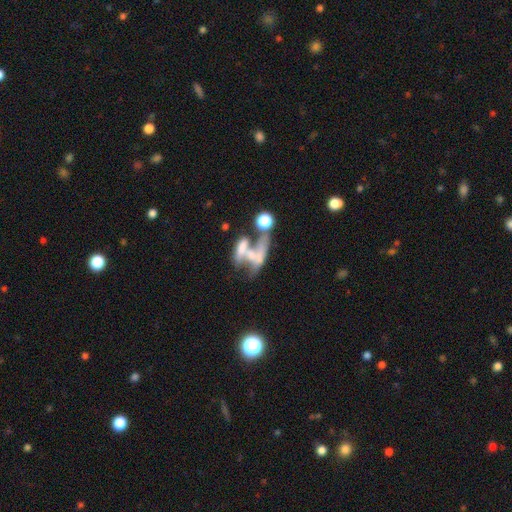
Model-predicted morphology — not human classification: smooth-or-featured: featured or disk: 50% | smooth: 35% | star or artifact: 15%
  disk-edge-on: no: 91% | yes: 9%
  merging: merger: 55% | major disturbance: 24% | none: 13% | minor disturbance: 8%